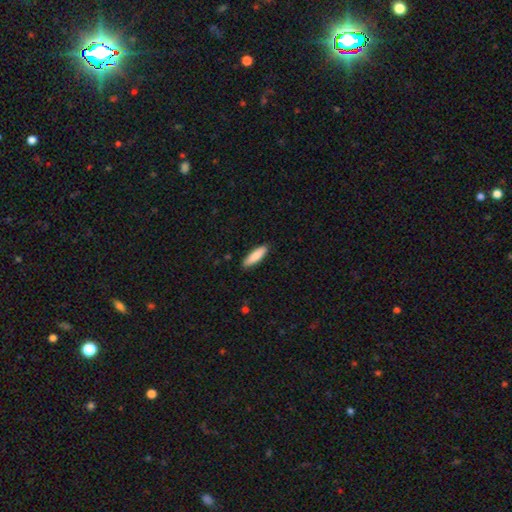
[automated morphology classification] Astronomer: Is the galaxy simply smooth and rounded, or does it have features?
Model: smooth — 85%.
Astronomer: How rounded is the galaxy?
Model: cigar-shaped — 61% (runner-up: in between, 38%).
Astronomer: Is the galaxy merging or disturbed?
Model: none — 89%.